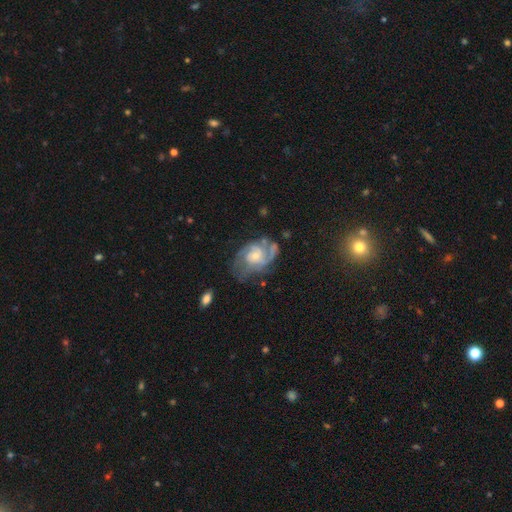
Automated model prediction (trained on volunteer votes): Smooth or featured?
  - featured or disk: 82% *
  - smooth: 12%
  - star or artifact: 6%
Edge-on disk?
  - no: 97% *
  - yes: 3%
Bar?
  - no: 68% *
  - weak: 28%
  - strong: 4%
Spiral arms?
  - yes: 93% *
  - no: 7%
Spiral winding?
  - medium: 44% *
  - tight: 40%
  - loose: 16%
Spiral arm count?
  - 2: 43% *
  - can't tell: 22%
  - 3: 20%
  - 1: 7%
  - 4: 5%
  - more than 4: 4%
Bulge size?
  - small: 61% *
  - moderate: 34%
  - large: 2%
  - none: 2%
  - dominant: 1%
Merging?
  - none: 49% *
  - minor disturbance: 25%
  - major disturbance: 22%
  - merger: 4%